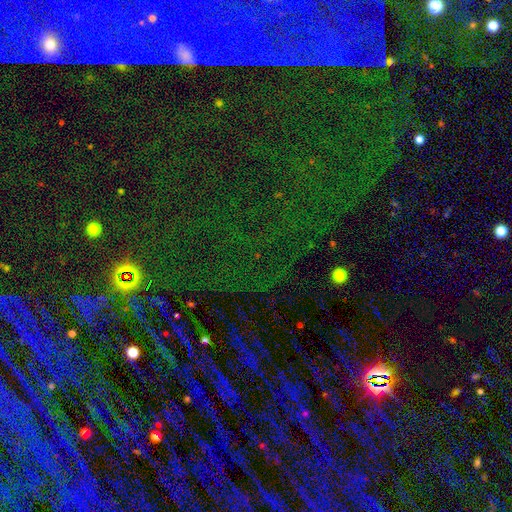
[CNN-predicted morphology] Overall: star or artifact (79%).